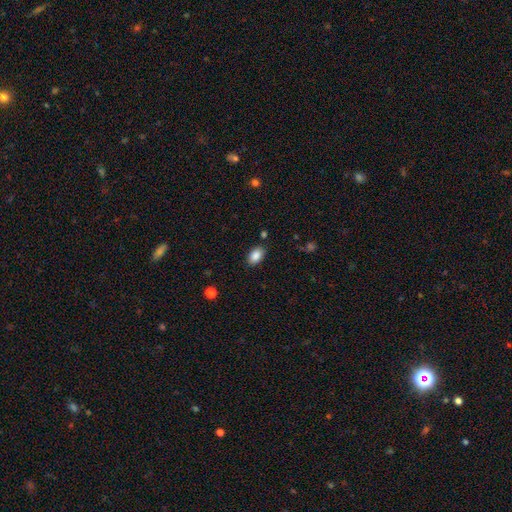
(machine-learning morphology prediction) A smooth galaxy with no disk features (87%) that is in between round and cigar-shaped (89%).

Vote fractions:
- Smooth or featured? smooth: 87% / star or artifact: 8% / featured or disk: 4%
- How rounded? in between: 89% / round: 10% / cigar-shaped: 1%
- Merging? none: 85% / minor disturbance: 10% / major disturbance: 3% / merger: 2%